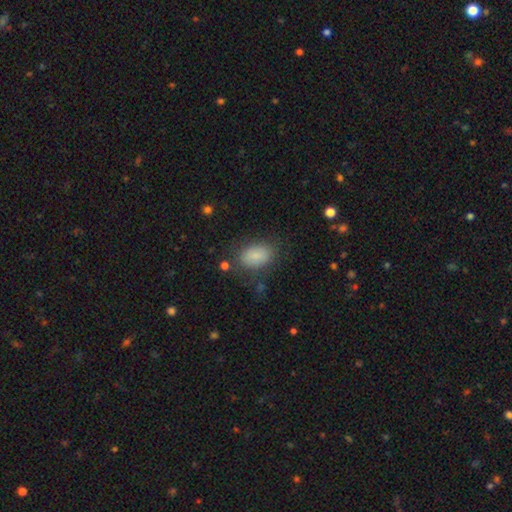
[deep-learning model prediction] smooth 85%, star or artifact 8%, featured or disk 7%. Down the decision tree: how rounded — in between (86%); merging — none (77%).